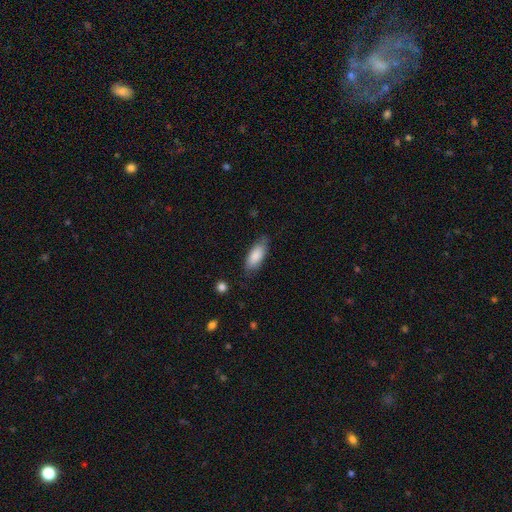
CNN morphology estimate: A smooth galaxy with no disk features (84%) that is in between round and cigar-shaped (80%).

Vote fractions:
- Smooth or featured? smooth: 84% / featured or disk: 10% / star or artifact: 6%
- How rounded? in between: 80% / cigar-shaped: 18% / round: 2%
- Merging? none: 75% / minor disturbance: 19% / major disturbance: 4% / merger: 1%